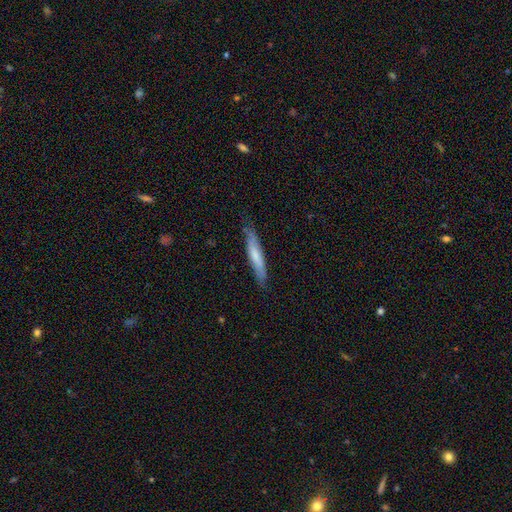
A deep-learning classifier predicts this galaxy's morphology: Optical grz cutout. It shows a smooth galaxy with no disk features (59%) that is cigar-shaped (90%). Merging: none (80%).